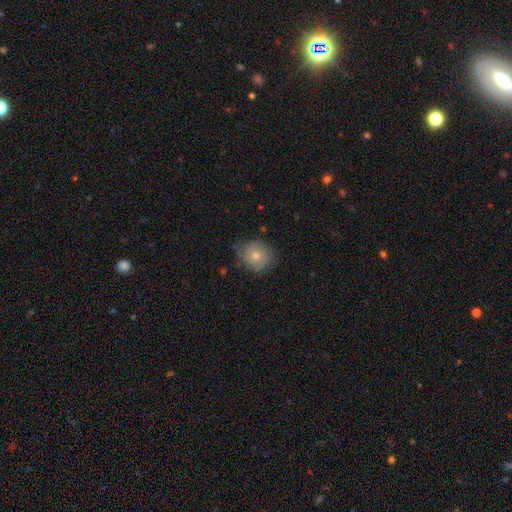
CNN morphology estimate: This appears to be a smooth galaxy with no disk features (67%) that is round (87%). Merging: none (66%).